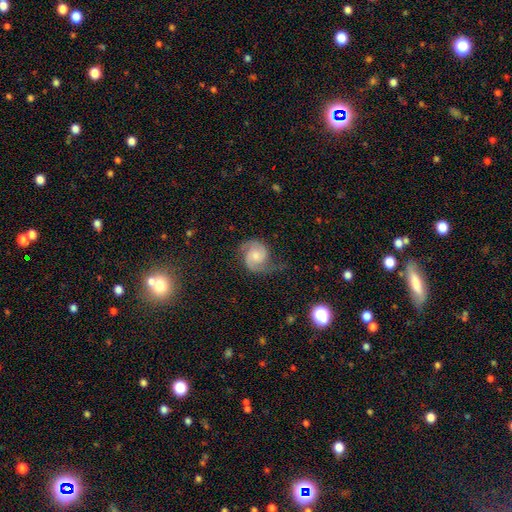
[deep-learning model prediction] This is clearly a featured or disk galaxy (82%). It is clearly not viewed edge-on (98%). Bar: likely no (64%). Spiral arm pattern: clearly yes (97%). Spiral arm count: clearly 2 (91%). Spiral winding: possibly medium (50%). Central bulge: marginally moderate (44%). Merging: likely none (63%).